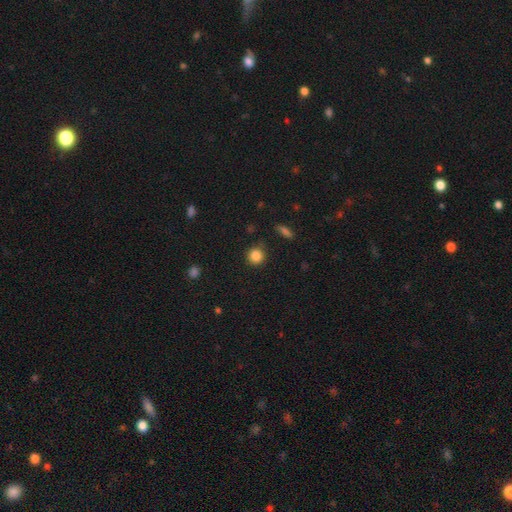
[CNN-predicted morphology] Smooth or featured: smooth — 85% (star or artifact — 11%)
How rounded: round — 91% (in between — 7%)
Merging: none — 87% (minor disturbance — 9%)